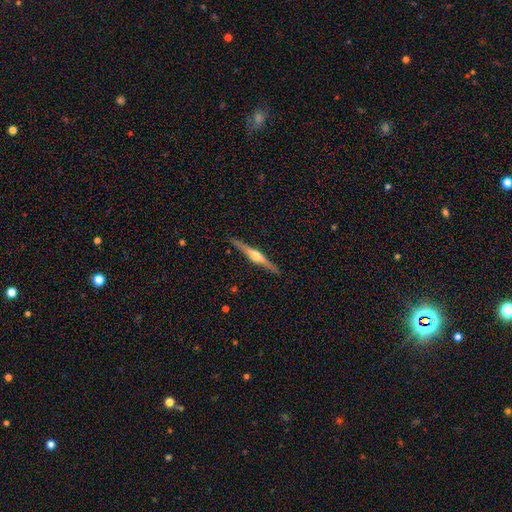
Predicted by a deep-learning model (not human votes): Smooth or featured? Predicted: featured or disk (p=0.79). Edge-on disk? Predicted: yes (p=0.98). Edge-on bulge? Predicted: rounded (p=0.93). Merging? Predicted: none (p=0.90).